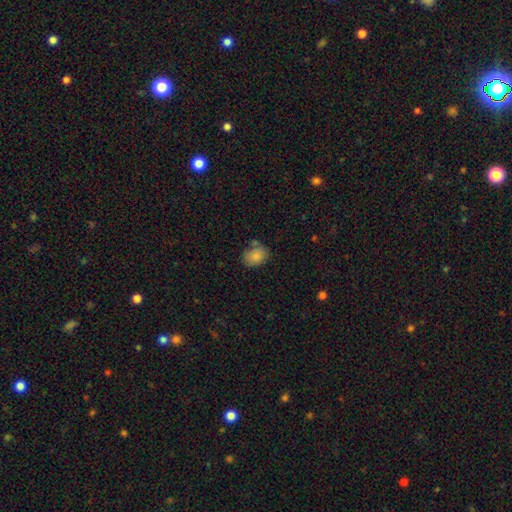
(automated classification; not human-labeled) A smooth galaxy with no disk features (85%) that is in between round and cigar-shaped (61%).

Vote fractions:
- Smooth or featured? smooth: 85% / star or artifact: 8% / featured or disk: 7%
- How rounded? in between: 61% / round: 38% / cigar-shaped: 1%
- Merging? none: 63% / minor disturbance: 21% / merger: 11% / major disturbance: 5%